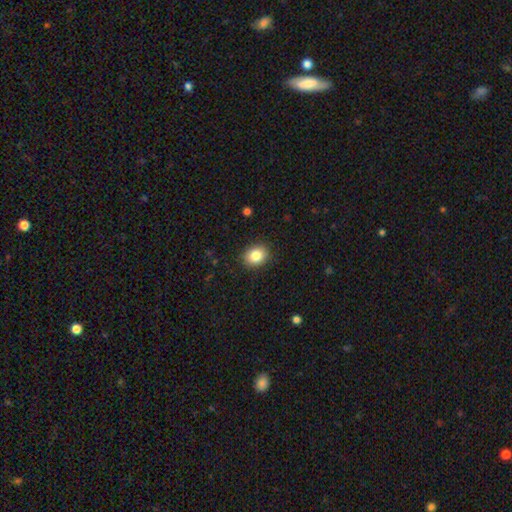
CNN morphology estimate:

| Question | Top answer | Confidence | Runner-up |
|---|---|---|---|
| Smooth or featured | smooth | 84% | star or artifact (9%) |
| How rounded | round | 51% | in between (49%) |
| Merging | none | 89% | minor disturbance (8%) |